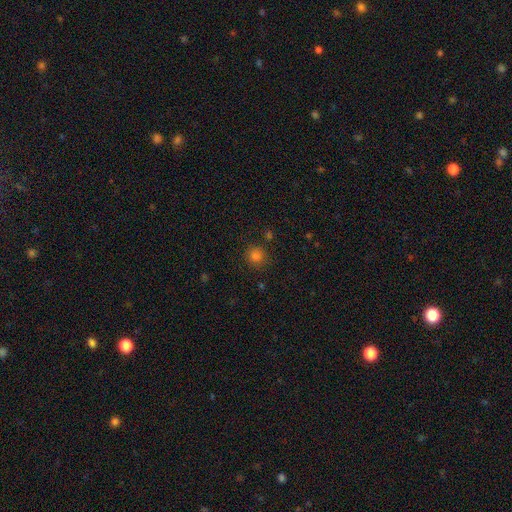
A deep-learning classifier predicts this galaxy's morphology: Smooth or featured?
  - smooth: 80% *
  - star or artifact: 16%
  - featured or disk: 4%
How rounded?
  - round: 92% *
  - in between: 7%
  - cigar-shaped: 1%
Merging?
  - none: 85% *
  - minor disturbance: 9%
  - merger: 3%
  - major disturbance: 3%